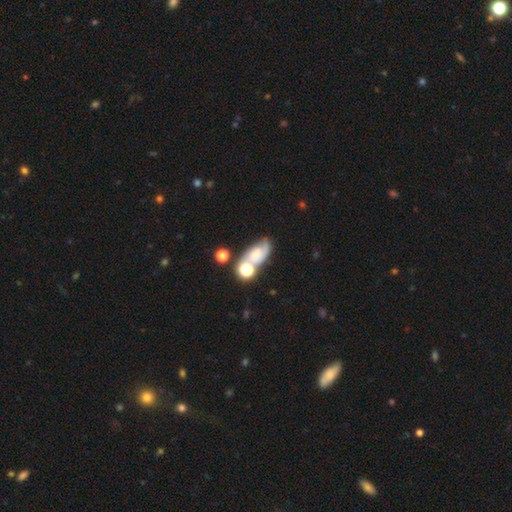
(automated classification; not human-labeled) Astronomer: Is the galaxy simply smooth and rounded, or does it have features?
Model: featured or disk — 47% (runner-up: smooth, 39%).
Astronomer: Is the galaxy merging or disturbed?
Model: none — 40% (runner-up: merger, 30%).